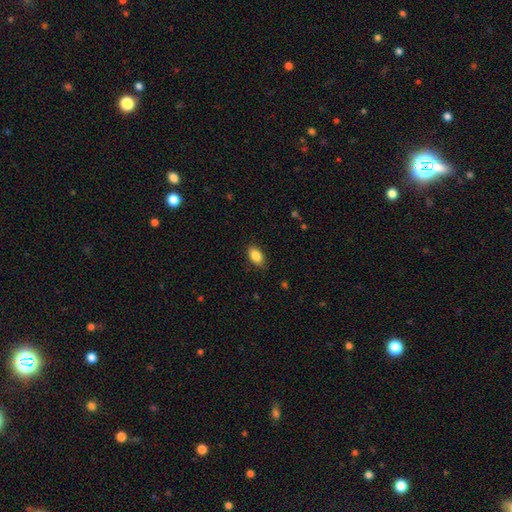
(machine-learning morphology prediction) Smooth or featured: smooth — 87% (star or artifact — 8%)
How rounded: in between — 90% (round — 7%)
Merging: none — 85% (minor disturbance — 12%)